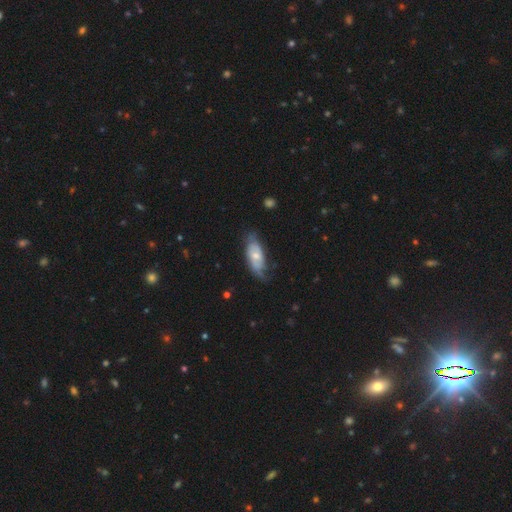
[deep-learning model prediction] Smooth or featured? Predicted: featured or disk (p=0.50). Merging? Predicted: none (p=0.56).